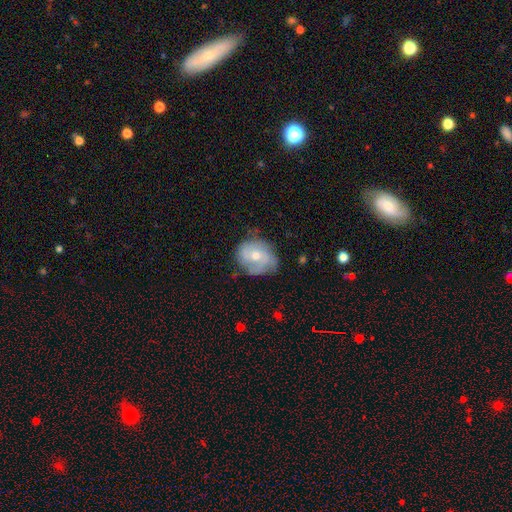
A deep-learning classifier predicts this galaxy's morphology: Smooth or featured: featured or disk — 51% (smooth — 42%)
Edge-on disk: no — 97% (yes — 3%)
Merging: none — 60% (minor disturbance — 28%)